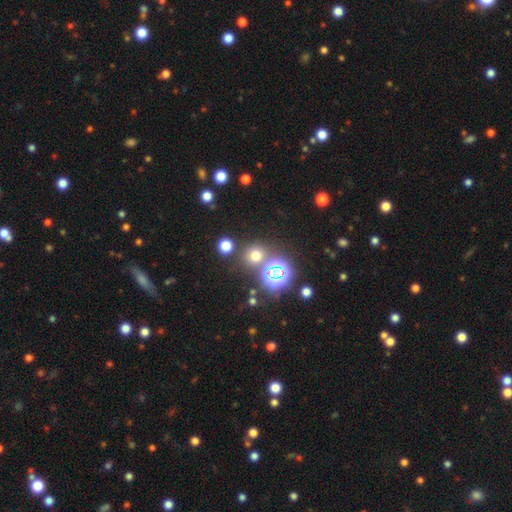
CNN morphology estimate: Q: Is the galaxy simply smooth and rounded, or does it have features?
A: smooth — 57%.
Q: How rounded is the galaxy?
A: round — 85%.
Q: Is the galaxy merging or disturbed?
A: none — 76%.